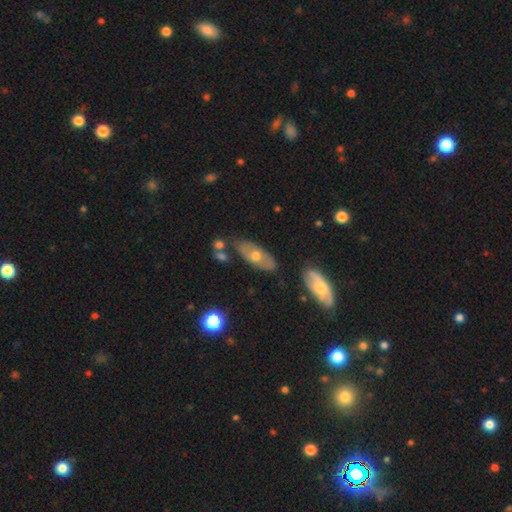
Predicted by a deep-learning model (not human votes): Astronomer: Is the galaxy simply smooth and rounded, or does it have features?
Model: featured or disk — 52% (runner-up: smooth, 41%).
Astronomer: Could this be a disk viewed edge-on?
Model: no — 75%.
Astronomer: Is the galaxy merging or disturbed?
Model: none — 75%.